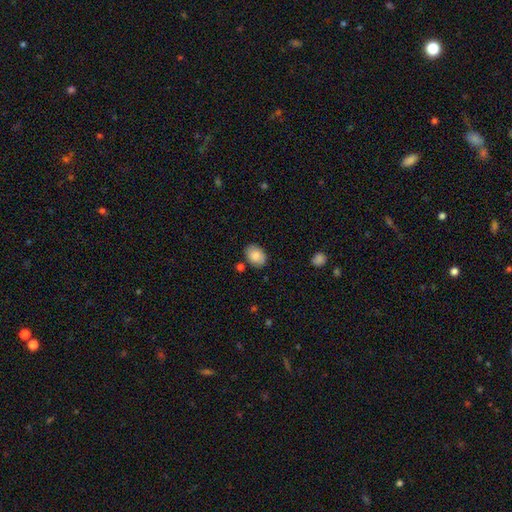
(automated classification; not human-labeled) Smooth or featured? smooth (85%)
How rounded? in between (74%)
Merging? none (82%)